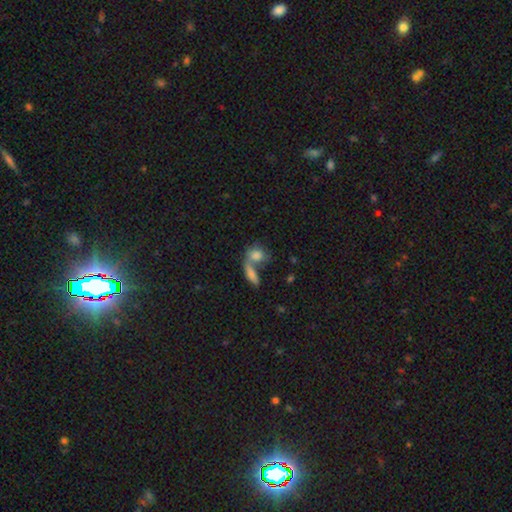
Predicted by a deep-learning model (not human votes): A smooth galaxy with no disk features (59%) that is in between round and cigar-shaped (55%). Merging: merger (48%).